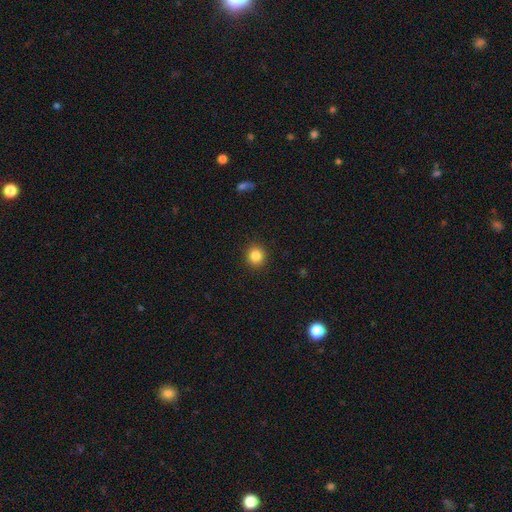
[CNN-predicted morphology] A smooth galaxy with no disk features (84%) that is round (91%). Merging: none (92%).